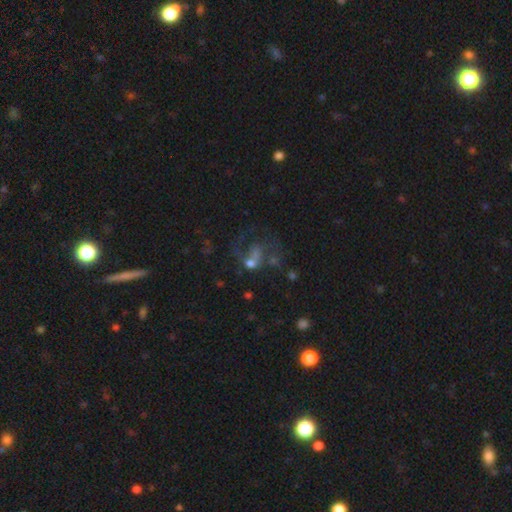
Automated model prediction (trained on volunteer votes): smooth_or_featured: featured or disk (p=0.47) [alt: star or artifact p=0.29]
merging: none (p=0.35) [alt: major disturbance p=0.33]